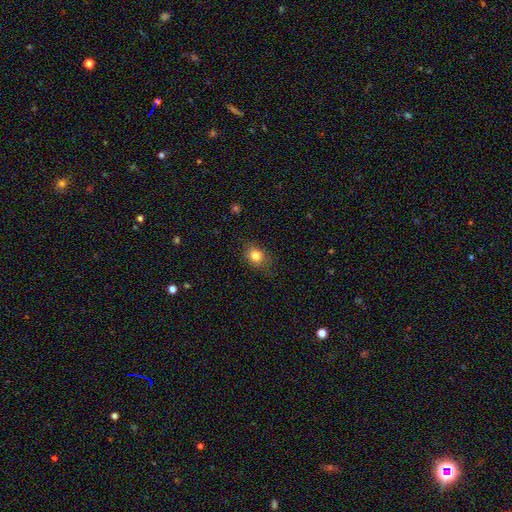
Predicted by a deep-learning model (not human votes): Smooth or featured? smooth (81%)
How rounded? round (54%)
Merging? none (77%)